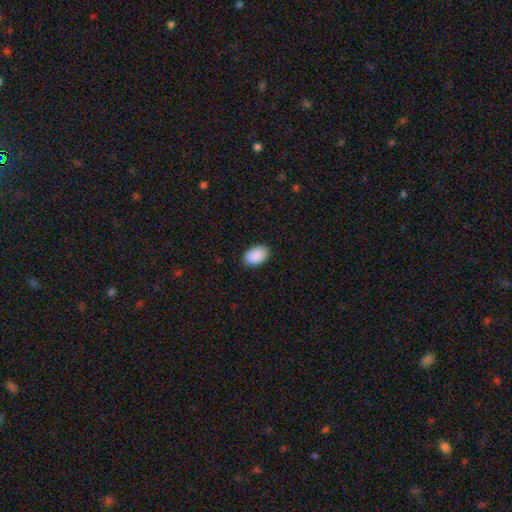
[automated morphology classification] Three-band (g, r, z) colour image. It shows a smooth galaxy with no disk features (91%) that is in between round and cigar-shaped (90%). Merging: none (87%).